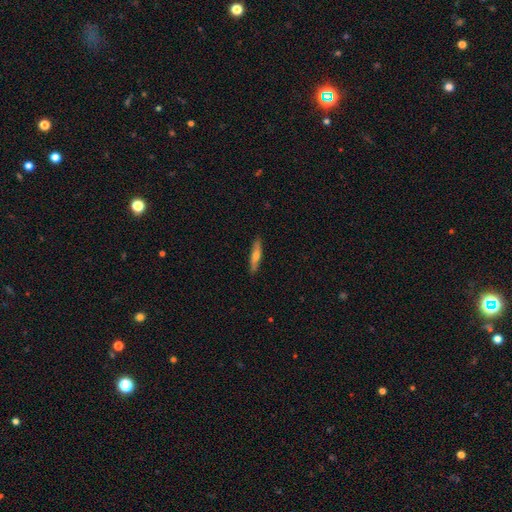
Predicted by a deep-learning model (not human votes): smooth_or_featured: smooth (p=0.52) [alt: featured or disk p=0.42]
how_rounded: cigar-shaped (p=0.85) [alt: in between p=0.13]
merging: none (p=0.89) [alt: minor disturbance p=0.08]